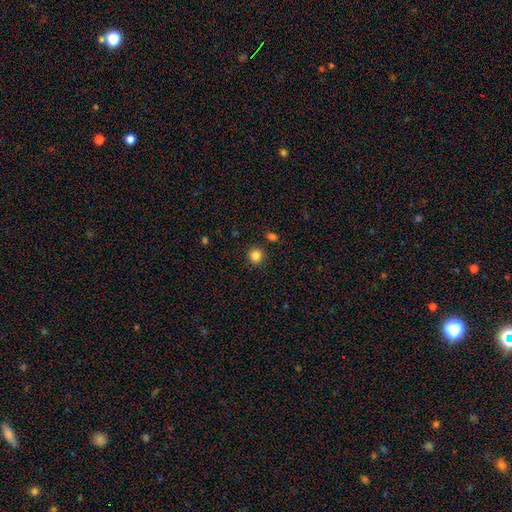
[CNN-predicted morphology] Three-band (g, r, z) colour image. It shows a smooth galaxy with no disk features (84%) that is round (91%). Merging: none (88%).